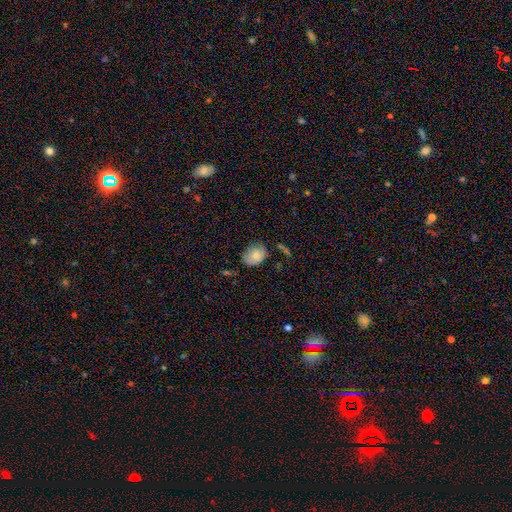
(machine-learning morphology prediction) smooth-or-featured: smooth: 80% | featured or disk: 13% | star or artifact: 8%
  how-rounded: in between: 62% | round: 37% | cigar-shaped: 1%
  merging: none: 64% | minor disturbance: 27% | major disturbance: 6% | merger: 3%